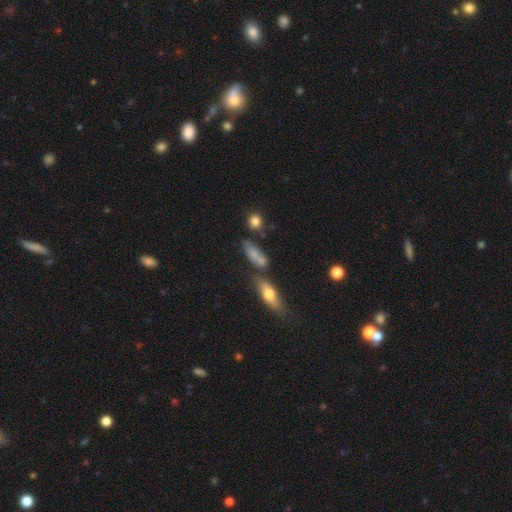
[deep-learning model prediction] Smooth or featured?
  - smooth: 68% *
  - featured or disk: 21%
  - star or artifact: 11%
How rounded?
  - in between: 65% *
  - cigar-shaped: 27%
  - round: 8%
Merging?
  - none: 47% *
  - merger: 27%
  - minor disturbance: 18%
  - major disturbance: 8%